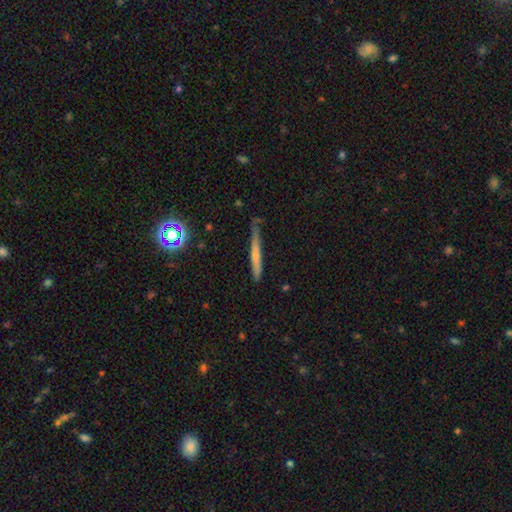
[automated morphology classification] Smooth or featured?
  - smooth: 54% *
  - featured or disk: 38%
  - star or artifact: 9%
How rounded?
  - cigar-shaped: 95% *
  - in between: 3%
  - round: 2%
Merging?
  - none: 73% *
  - minor disturbance: 20%
  - major disturbance: 4%
  - merger: 3%